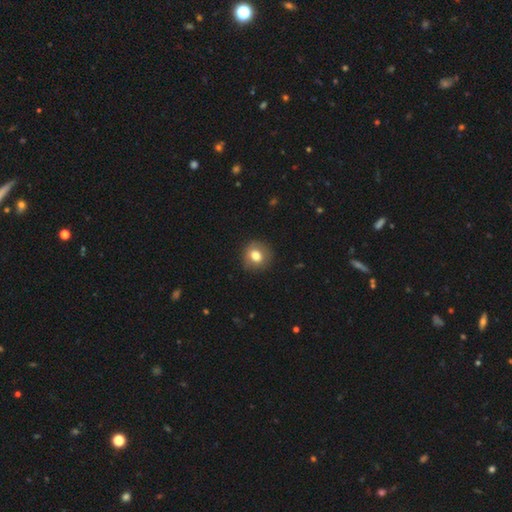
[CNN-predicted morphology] Smooth or featured? Predicted: smooth (p=0.75). How rounded? Predicted: round (p=0.82). Merging? Predicted: none (p=0.85).